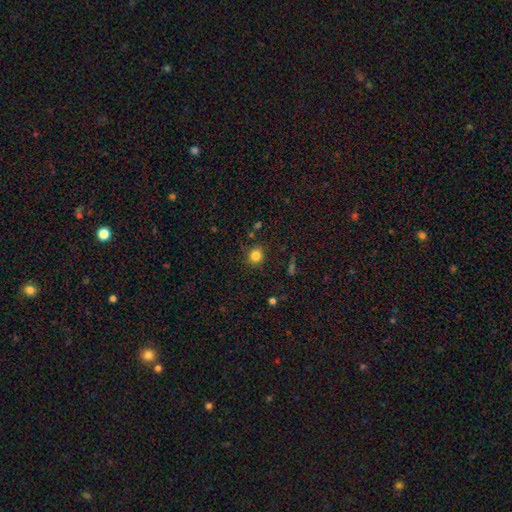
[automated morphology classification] Overall: smooth (82%). How rounded: round (81%). Merging: none (84%).